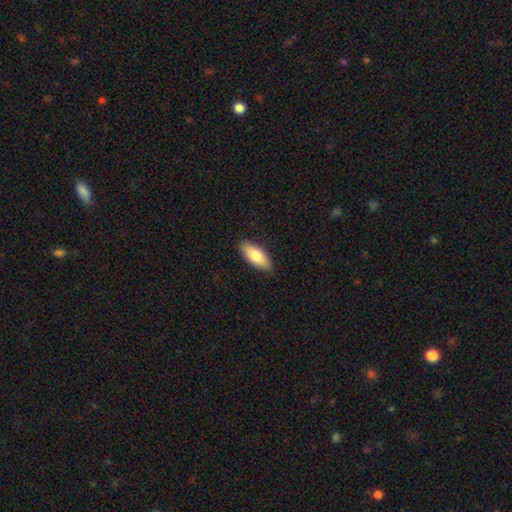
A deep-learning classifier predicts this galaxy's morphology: A smooth galaxy with no disk features (79%) that is in between round and cigar-shaped (82%).

Vote fractions:
- Smooth or featured? smooth: 79% / featured or disk: 15% / star or artifact: 6%
- How rounded? in between: 82% / cigar-shaped: 16% / round: 2%
- Merging? none: 88% / minor disturbance: 9% / major disturbance: 2% / merger: 1%